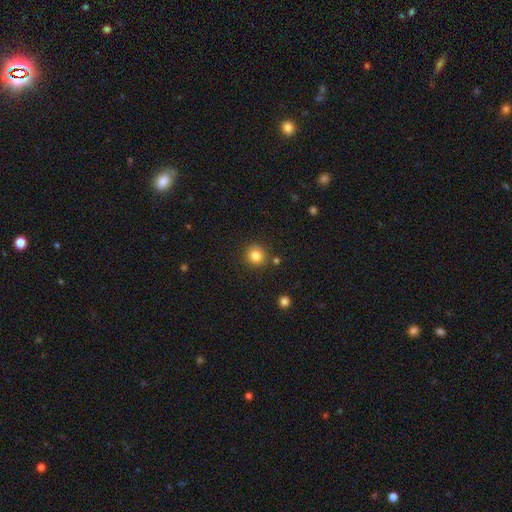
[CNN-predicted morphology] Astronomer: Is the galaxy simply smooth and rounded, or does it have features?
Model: smooth — 82%.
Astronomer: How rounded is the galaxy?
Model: round — 90%.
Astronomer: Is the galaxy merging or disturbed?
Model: none — 85%.